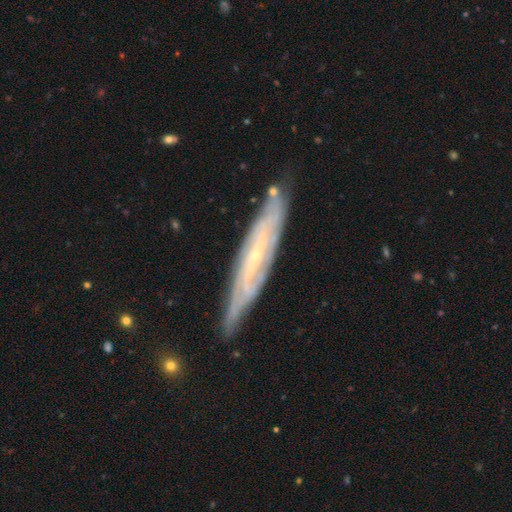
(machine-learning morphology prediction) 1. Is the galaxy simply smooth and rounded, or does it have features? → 76% featured or disk, 17% smooth, 7% star or artifact.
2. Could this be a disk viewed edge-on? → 54% yes, 46% no.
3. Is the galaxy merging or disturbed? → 79% none, 16% minor disturbance, 3% major disturbance, 2% merger.